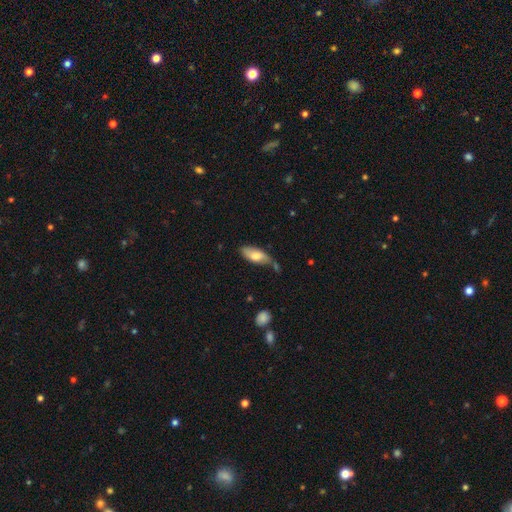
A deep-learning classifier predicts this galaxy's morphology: Q: Smooth or featured?
A: smooth (71%); runner-up: featured or disk (23%)
Q: How rounded?
A: in between (81%); runner-up: cigar-shaped (16%)
Q: Merging?
A: none (53%); runner-up: minor disturbance (30%)